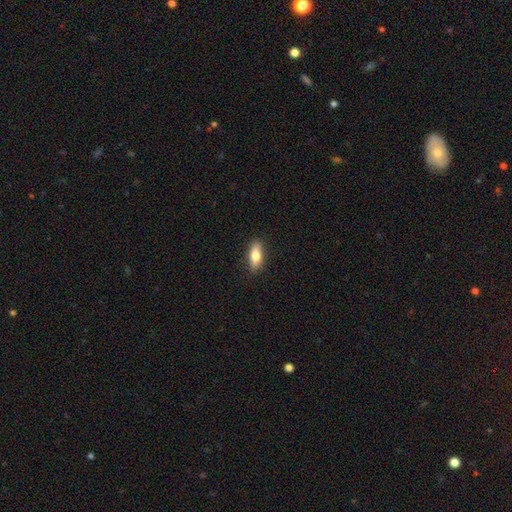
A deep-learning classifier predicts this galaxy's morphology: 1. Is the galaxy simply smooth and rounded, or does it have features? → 73% smooth, 21% featured or disk, 6% star or artifact.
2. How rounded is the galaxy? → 69% in between, 28% cigar-shaped, 3% round.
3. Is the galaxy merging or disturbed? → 88% none, 9% minor disturbance, 2% major disturbance, 1% merger.